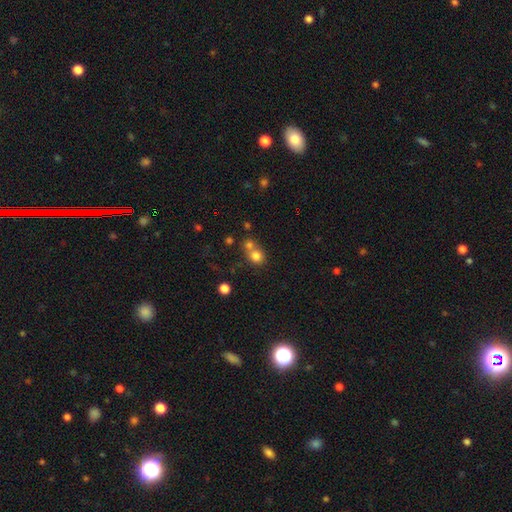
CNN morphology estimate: Smooth or featured?
  - smooth: 77% *
  - star or artifact: 13%
  - featured or disk: 9%
How rounded?
  - round: 81% *
  - in between: 18%
  - cigar-shaped: 1%
Merging?
  - merger: 47% *
  - none: 42%
  - minor disturbance: 7%
  - major disturbance: 3%